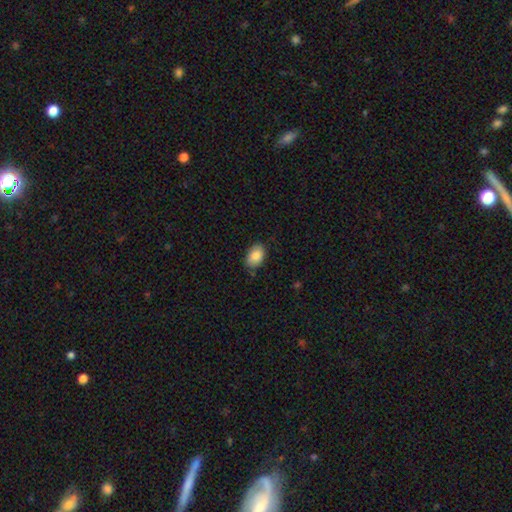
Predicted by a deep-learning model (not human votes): A smooth galaxy with no disk features (86%) that is in between round and cigar-shaped (89%). Merging: none (82%).